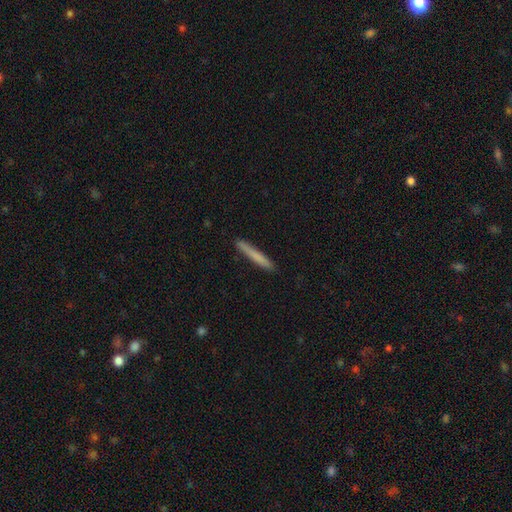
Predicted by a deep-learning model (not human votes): The model was most divided on "smooth or featured": smooth: 76%, featured or disk: 19%, star or artifact: 6%. More confident: how rounded — cigar-shaped (96%); merging — none (89%).